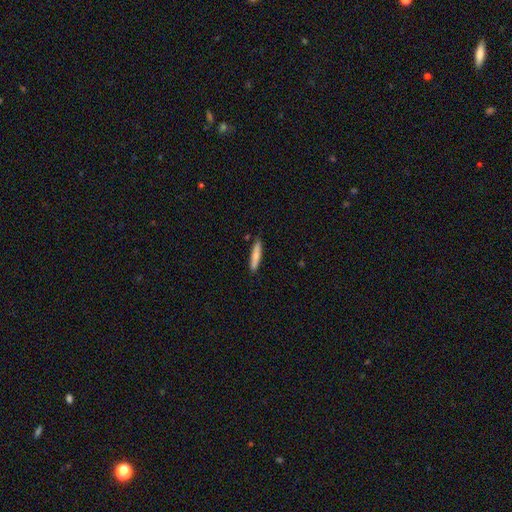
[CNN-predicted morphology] type=smooth (76%); roundness=cigar-shaped (89%); merging=none (86%).